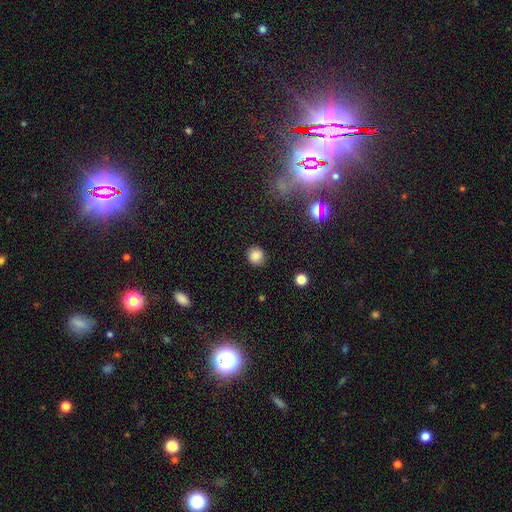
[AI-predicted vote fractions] The model was most divided on "how rounded": round: 76%, in between: 23%, cigar-shaped: 1%. More confident: merging — none (87%); smooth or featured — smooth (84%).